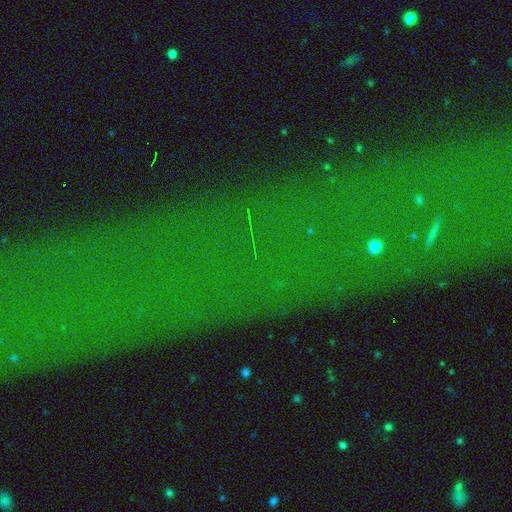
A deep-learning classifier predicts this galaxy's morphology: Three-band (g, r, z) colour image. It shows a star or artifact, not a galaxy (78%).